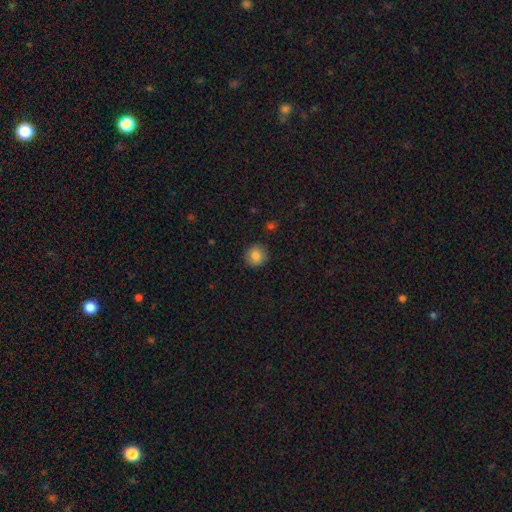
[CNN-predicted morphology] This is clearly a smooth galaxy (85%). How rounded: clearly round (91%). Merging: clearly none (89%).